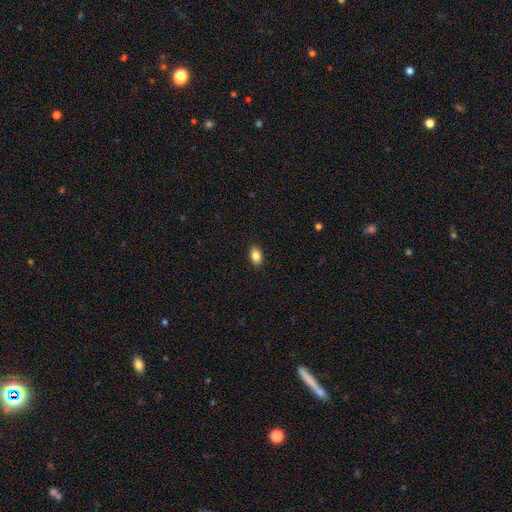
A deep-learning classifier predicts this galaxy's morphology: Smooth or featured?
  - smooth: 85% *
  - star or artifact: 9%
  - featured or disk: 7%
How rounded?
  - in between: 87% *
  - round: 12%
  - cigar-shaped: 2%
Merging?
  - none: 89% *
  - minor disturbance: 8%
  - major disturbance: 2%
  - merger: 1%